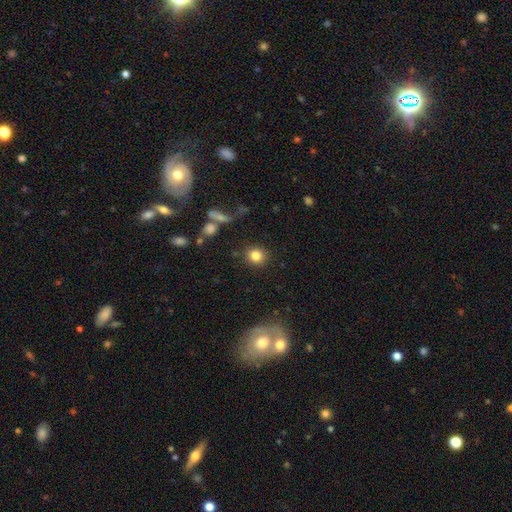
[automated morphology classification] This appears to be a smooth galaxy with no disk features (82%) that is round (86%). Merging: none (88%).